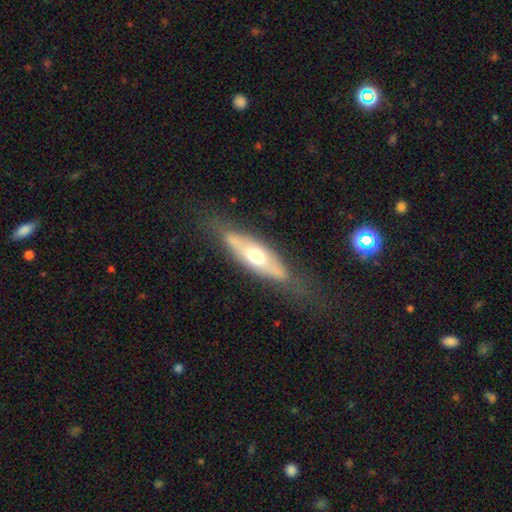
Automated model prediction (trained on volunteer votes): The model was most divided on "smooth or featured": featured or disk: 49%, smooth: 45%, star or artifact: 7%. More confident: merging — none (68%).